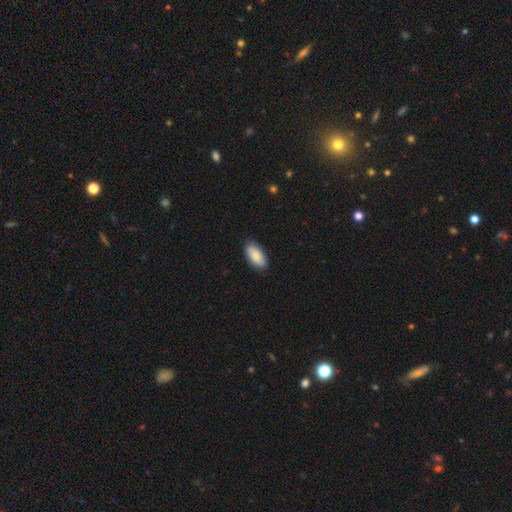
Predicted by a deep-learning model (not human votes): Morphology: type=smooth (87%); roundness=in between (89%); merging=none (86%).